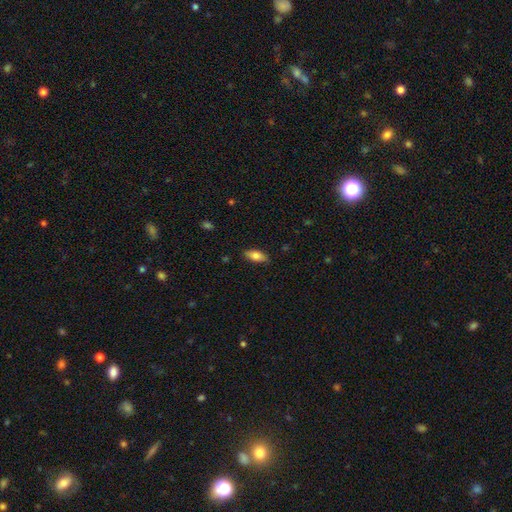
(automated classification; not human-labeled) The model was most divided on "smooth or featured": smooth: 80%, featured or disk: 13%, star or artifact: 7%. More confident: merging — none (85%); how rounded — in between (84%).